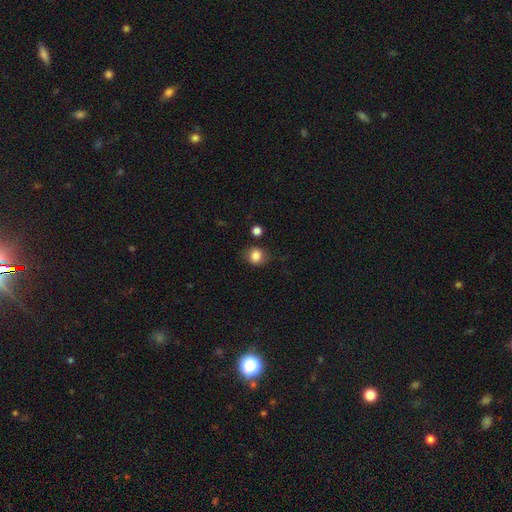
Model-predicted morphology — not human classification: The model was most divided on "how rounded": round: 76%, in between: 23%, cigar-shaped: 1%. More confident: smooth or featured — smooth (83%); merging — none (75%).